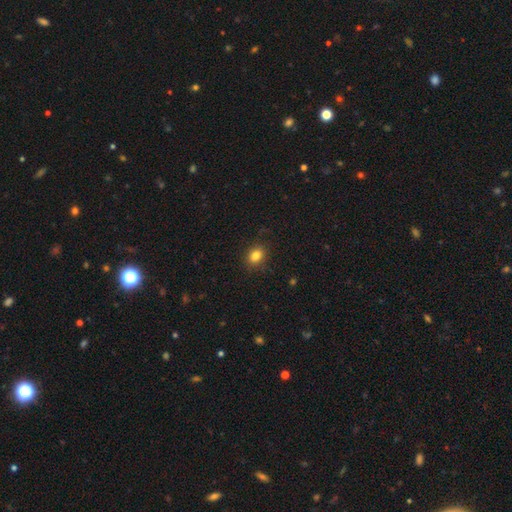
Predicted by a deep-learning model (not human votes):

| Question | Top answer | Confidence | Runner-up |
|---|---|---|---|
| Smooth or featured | smooth | 83% | star or artifact (11%) |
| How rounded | in between | 55% | round (44%) |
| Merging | none | 87% | minor disturbance (10%) |